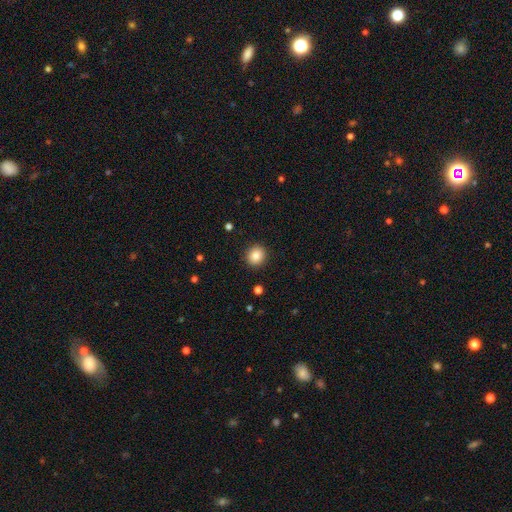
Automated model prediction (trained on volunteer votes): A smooth galaxy with no disk features (86%) that is round (84%). Merging: none (91%).